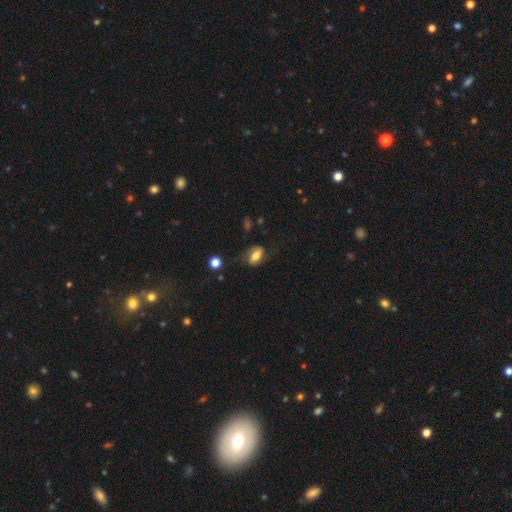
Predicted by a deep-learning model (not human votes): This appears to be a smooth galaxy with no disk features (59%) that is in between round and cigar-shaped (85%). Merging: none (61%).